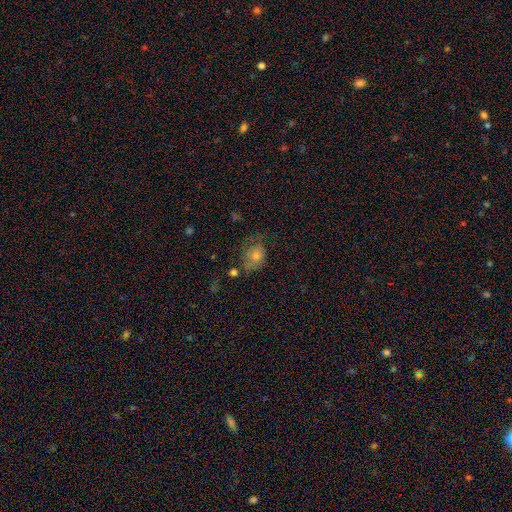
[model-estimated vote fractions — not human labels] smooth_or_featured: smooth (p=0.56) [alt: featured or disk p=0.28]
how_rounded: round (p=0.55) [alt: in between p=0.44]
merging: none (p=0.49) [alt: minor disturbance p=0.27]